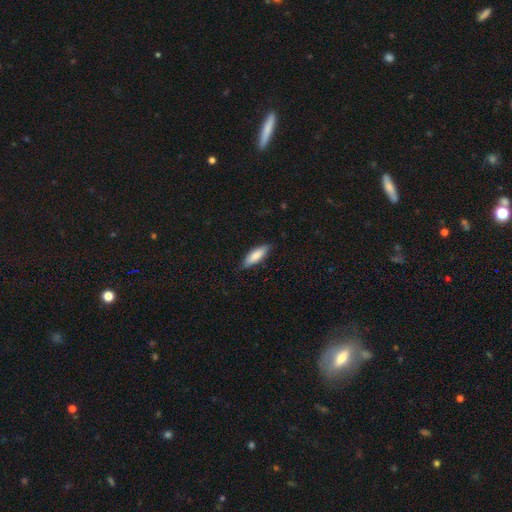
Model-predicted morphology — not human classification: smooth_or_featured: smooth (p=0.83) [alt: featured or disk p=0.12]
how_rounded: in between (p=0.55) [alt: cigar-shaped p=0.44]
merging: none (p=0.83) [alt: minor disturbance p=0.13]